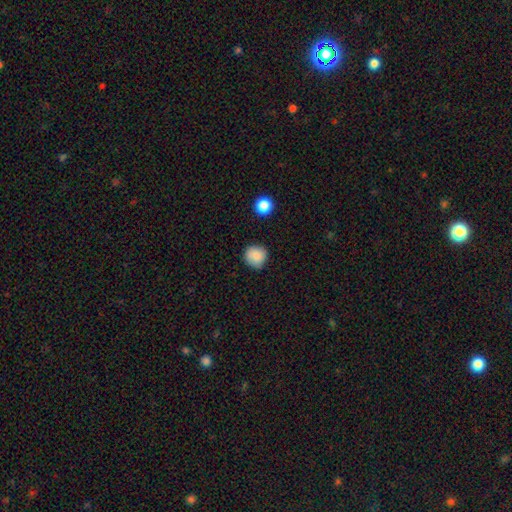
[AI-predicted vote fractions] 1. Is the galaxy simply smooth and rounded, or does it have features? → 86% smooth, 9% star or artifact, 6% featured or disk.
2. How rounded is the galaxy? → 93% round, 6% in between, 1% cigar-shaped.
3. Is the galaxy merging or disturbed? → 85% none, 11% minor disturbance, 2% major disturbance, 2% merger.